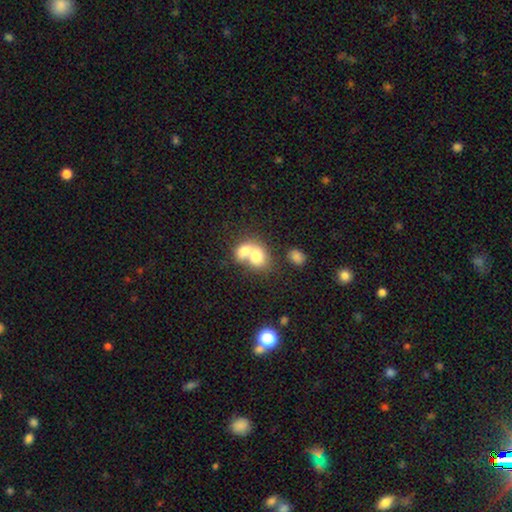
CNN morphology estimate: This is likely a smooth galaxy (73%). How rounded: possibly in between (54%). Merging: likely merger (74%).